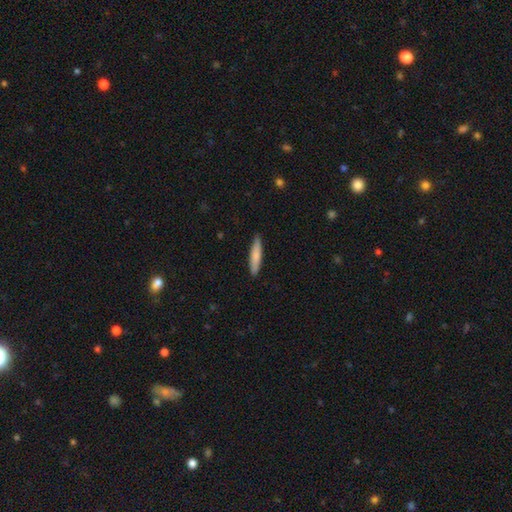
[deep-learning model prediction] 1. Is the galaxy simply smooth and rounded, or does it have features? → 78% smooth, 17% featured or disk, 5% star or artifact.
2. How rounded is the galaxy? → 86% cigar-shaped, 13% in between, 1% round.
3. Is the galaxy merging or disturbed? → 89% none, 8% minor disturbance, 2% major disturbance, 1% merger.